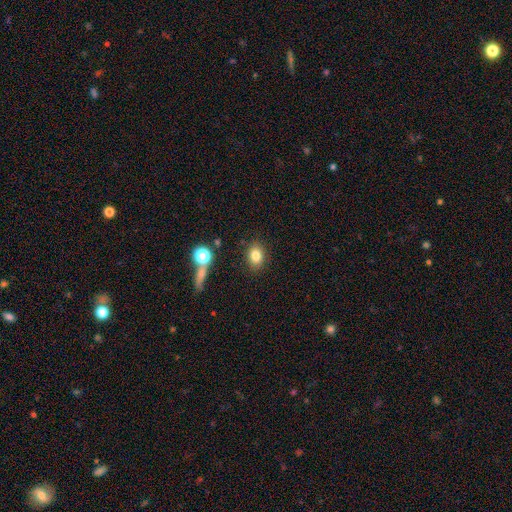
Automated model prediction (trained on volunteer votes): Smooth or featured: smooth — 81% (star or artifact — 11%)
How rounded: in between — 66% (round — 33%)
Merging: none — 85% (minor disturbance — 9%)